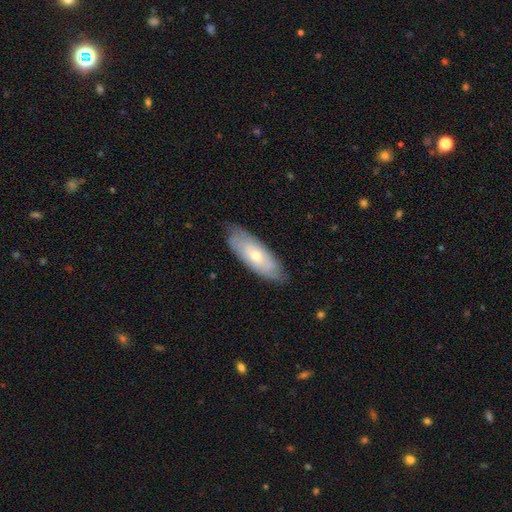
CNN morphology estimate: This is possibly a smooth galaxy (49%). Merging: likely none (79%).